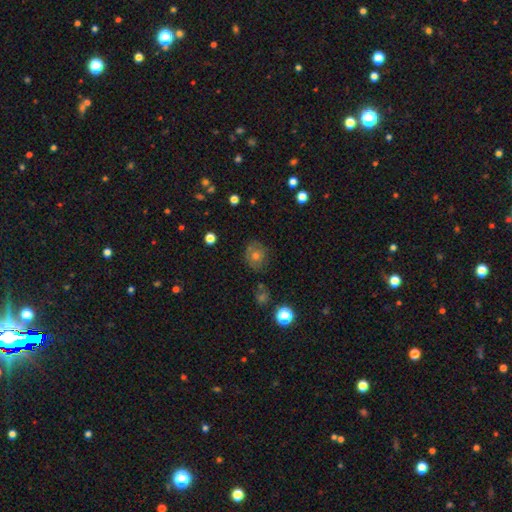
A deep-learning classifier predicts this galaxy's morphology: smooth-or-featured: smooth: 48% | featured or disk: 30% | star or artifact: 22%
  merging: none: 75% | minor disturbance: 16% | major disturbance: 6% | merger: 3%